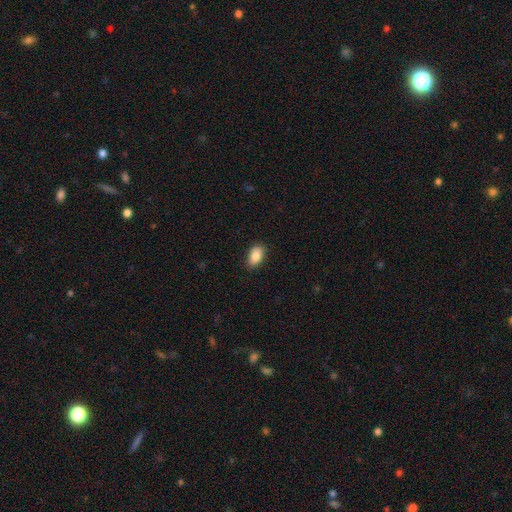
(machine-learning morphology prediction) This appears to be a smooth galaxy with no disk features (86%) that is in between round and cigar-shaped (91%). Merging: none (86%).